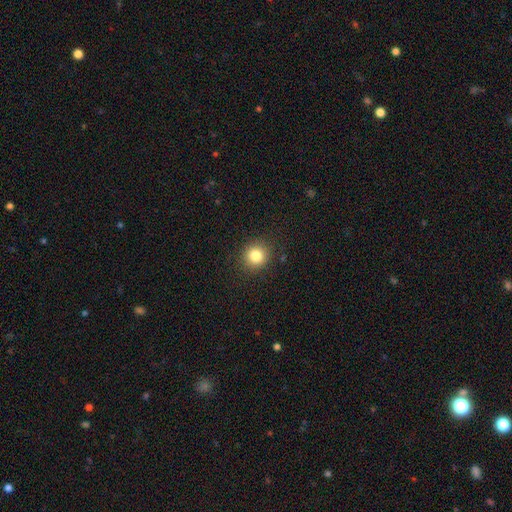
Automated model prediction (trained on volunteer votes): Smooth or featured: smooth — 83% (star or artifact — 11%)
How rounded: round — 88% (in between — 11%)
Merging: none — 90% (minor disturbance — 7%)